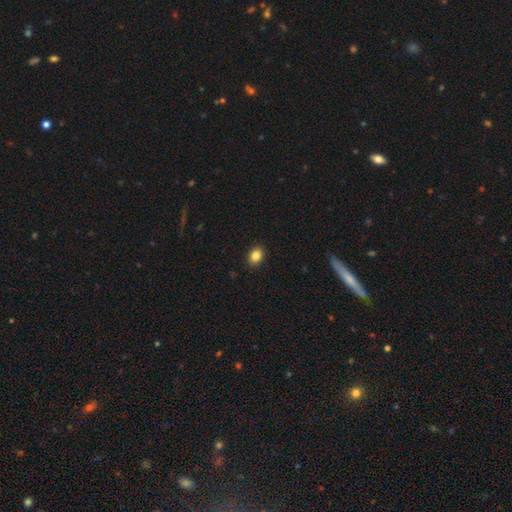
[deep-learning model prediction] Smooth or featured? smooth (85%)
How rounded? in between (62%)
Merging? none (90%)